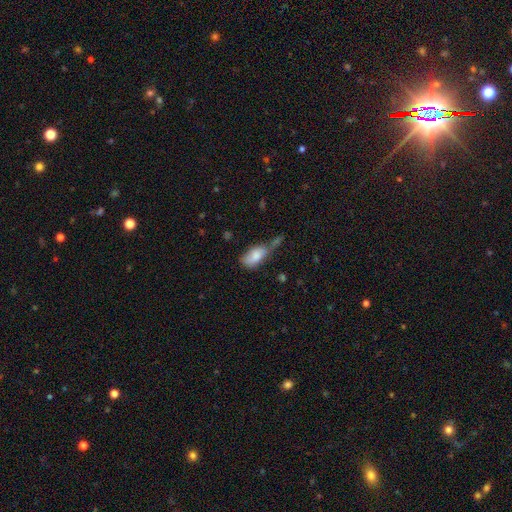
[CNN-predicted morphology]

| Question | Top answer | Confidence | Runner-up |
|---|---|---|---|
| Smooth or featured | smooth | 78% | featured or disk (14%) |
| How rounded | in between | 90% | cigar-shaped (5%) |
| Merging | none | 30% | minor disturbance (27%) |